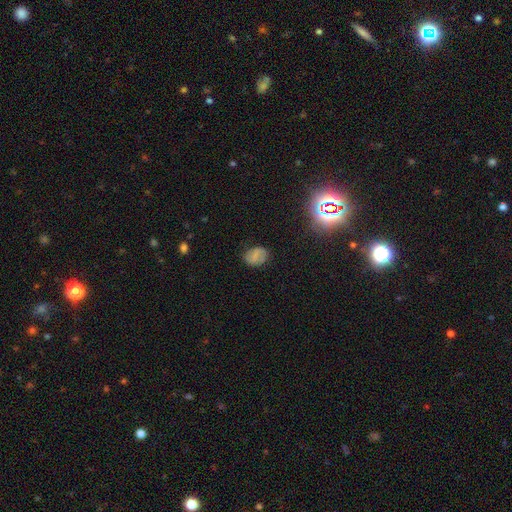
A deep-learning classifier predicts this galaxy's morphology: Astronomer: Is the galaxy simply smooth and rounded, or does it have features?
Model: smooth — 60%.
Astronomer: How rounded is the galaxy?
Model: in between — 68%.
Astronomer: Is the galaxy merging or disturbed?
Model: none — 78%.